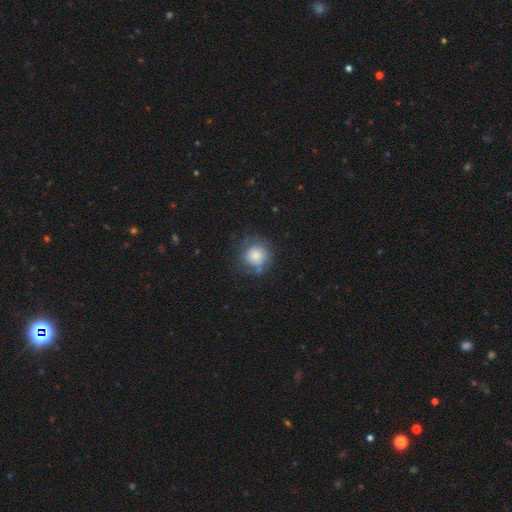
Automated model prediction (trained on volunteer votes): A smooth galaxy with no disk features (79%) that is round (90%). Merging: none (66%).